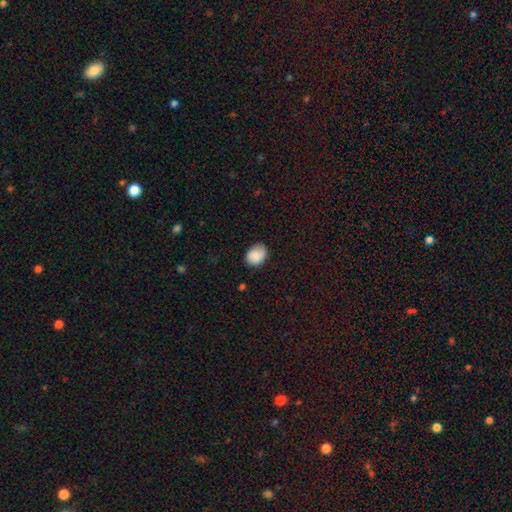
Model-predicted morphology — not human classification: This appears to be a smooth galaxy with no disk features (85%) that is in between round and cigar-shaped (55%). Merging: none (68%).